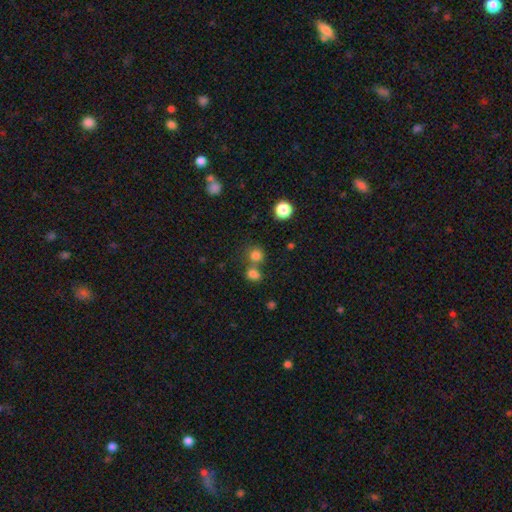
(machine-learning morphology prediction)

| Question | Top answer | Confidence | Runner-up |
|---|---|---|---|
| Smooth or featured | smooth | 78% | star or artifact (15%) |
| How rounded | round | 83% | in between (16%) |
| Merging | none | 56% | merger (33%) |